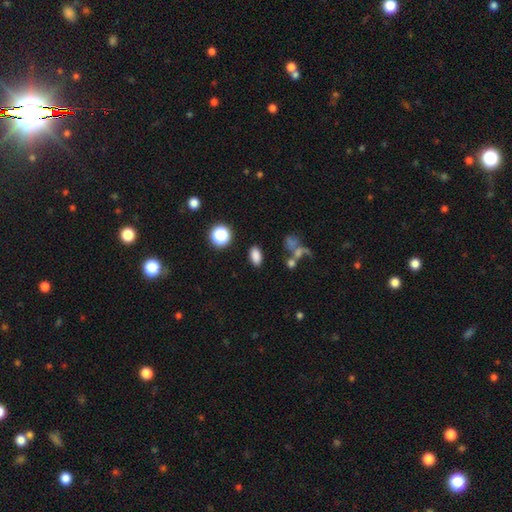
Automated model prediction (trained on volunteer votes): This appears to be a smooth galaxy with no disk features (82%) that is in between round and cigar-shaped (87%). Merging: none (84%).